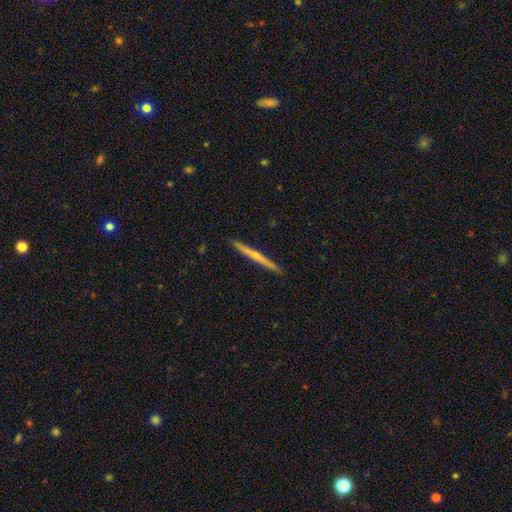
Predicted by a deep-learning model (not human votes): smooth-or-featured: featured or disk: 61% | smooth: 33% | star or artifact: 6%
  disk-edge-on: yes: 98% | no: 2%
    edge-on-bulge: rounded: 58% | none: 38% | boxy: 4%
  merging: none: 91% | minor disturbance: 6% | major disturbance: 1% | merger: 1%